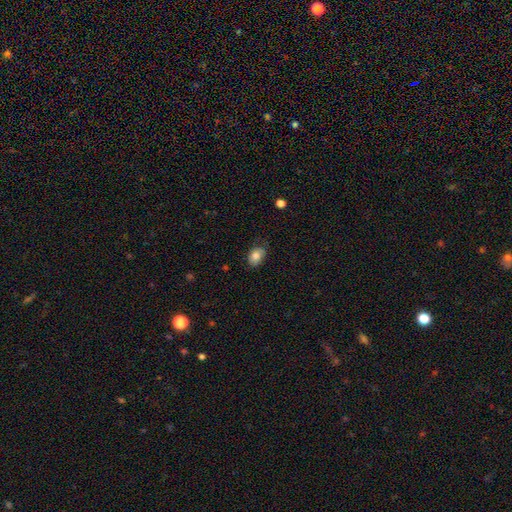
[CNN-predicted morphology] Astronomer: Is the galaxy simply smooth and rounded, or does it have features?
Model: smooth — 80%.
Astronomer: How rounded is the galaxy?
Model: in between — 79%.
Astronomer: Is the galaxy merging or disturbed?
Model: none — 65%.